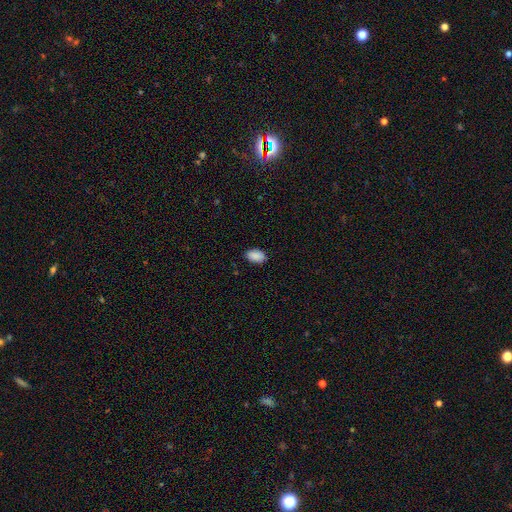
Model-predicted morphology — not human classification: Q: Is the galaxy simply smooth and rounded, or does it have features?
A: smooth — 90%.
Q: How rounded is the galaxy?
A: in between — 92%.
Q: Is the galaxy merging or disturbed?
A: none — 87%.